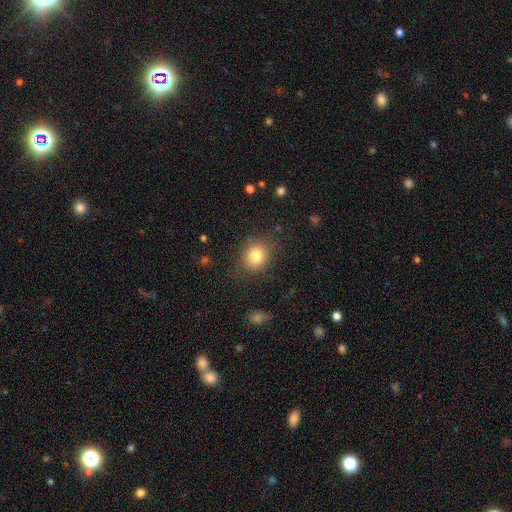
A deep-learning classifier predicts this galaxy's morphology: Overall: smooth (81%). How rounded: round (68%; in between 31%). Merging: none (79%).